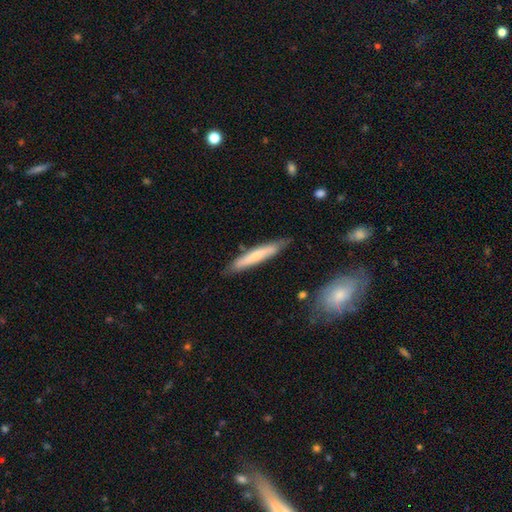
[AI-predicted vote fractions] Overall: smooth (59%; featured or disk 35%). How rounded: cigar-shaped (93%). Merging: none (81%).